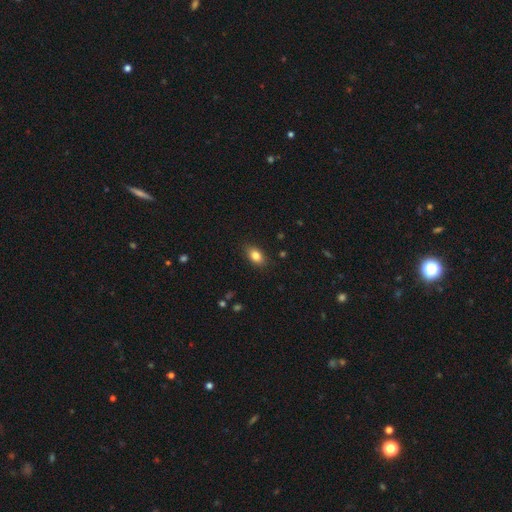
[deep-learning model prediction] smooth 84%, star or artifact 8%, featured or disk 8%. Down the decision tree: how rounded — in between (86%); merging — none (86%).